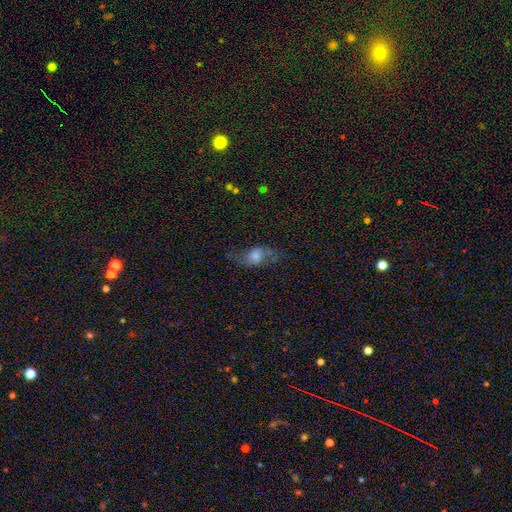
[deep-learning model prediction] Q: Smooth or featured?
A: featured or disk (49%); runner-up: smooth (36%)
Q: Merging?
A: none (56%); runner-up: minor disturbance (21%)